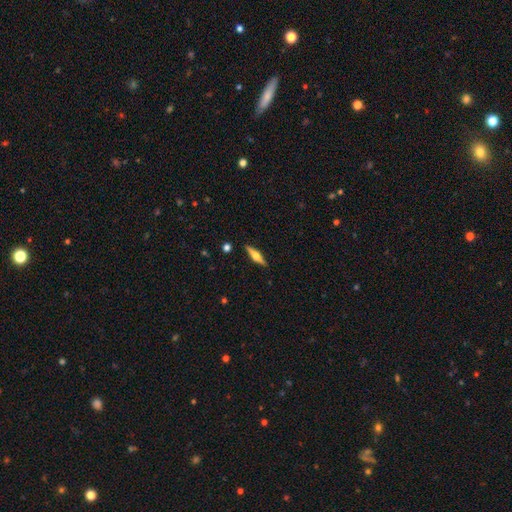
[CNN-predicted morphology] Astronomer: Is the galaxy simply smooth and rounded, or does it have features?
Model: featured or disk — 59%.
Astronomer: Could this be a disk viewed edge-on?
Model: yes — 96%.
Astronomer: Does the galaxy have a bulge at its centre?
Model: rounded — 89%.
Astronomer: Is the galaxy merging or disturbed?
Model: none — 89%.